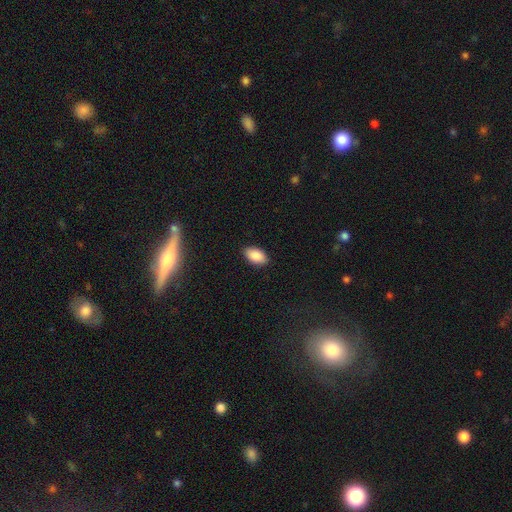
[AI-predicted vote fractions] Q: Smooth or featured?
A: smooth (88%); runner-up: star or artifact (8%)
Q: How rounded?
A: in between (94%); runner-up: round (5%)
Q: Merging?
A: none (87%); runner-up: minor disturbance (10%)